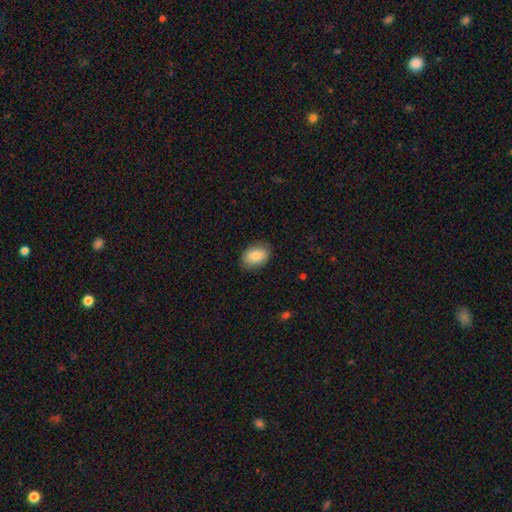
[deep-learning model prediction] This appears to be a smooth galaxy with no disk features (85%) that is in between round and cigar-shaped (84%). Merging: none (84%).